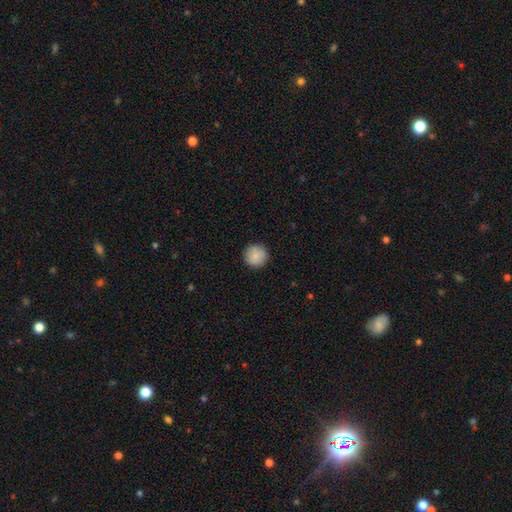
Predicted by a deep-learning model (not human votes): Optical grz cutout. It shows a smooth galaxy with no disk features (87%) that is round (95%). Merging: none (91%).